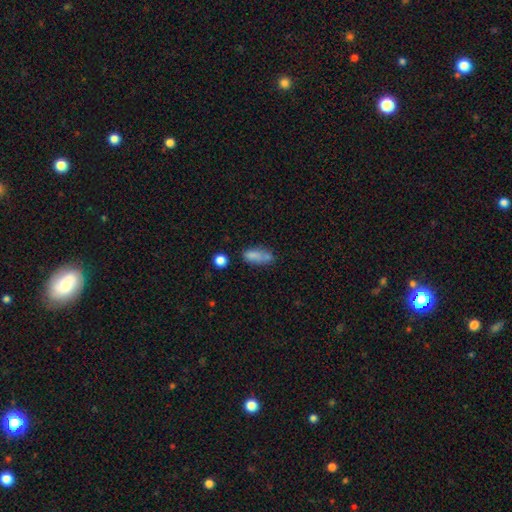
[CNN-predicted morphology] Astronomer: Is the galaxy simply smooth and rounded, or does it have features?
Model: smooth — 75%.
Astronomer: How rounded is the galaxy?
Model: in between — 77%.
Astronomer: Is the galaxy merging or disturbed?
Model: none — 45% (runner-up: minor disturbance, 23%).